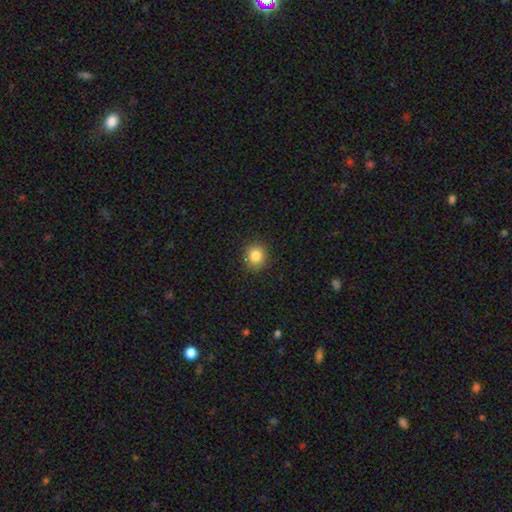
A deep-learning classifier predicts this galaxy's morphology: smooth 84%, star or artifact 10%, featured or disk 5%. Down the decision tree: how rounded — round (88%); merging — none (91%).